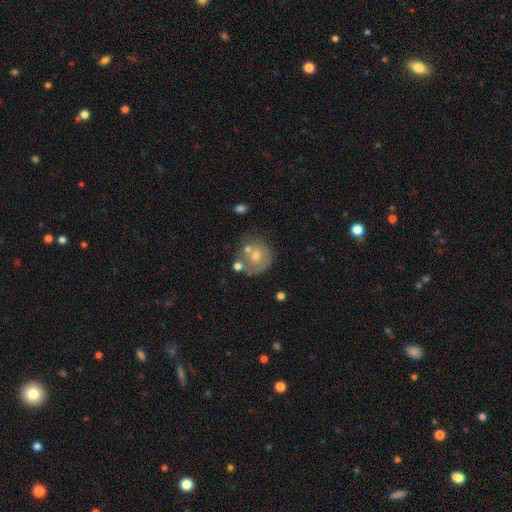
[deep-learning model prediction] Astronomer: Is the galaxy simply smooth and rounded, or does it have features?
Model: smooth — 52% (runner-up: featured or disk, 39%).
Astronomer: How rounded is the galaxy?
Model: round — 80%.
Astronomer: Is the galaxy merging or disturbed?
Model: none — 46% (runner-up: merger, 22%).